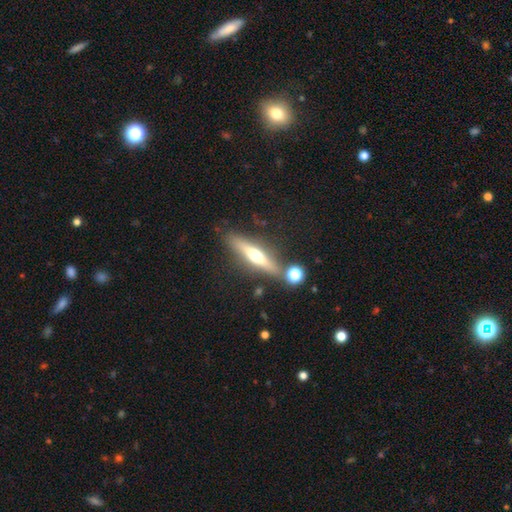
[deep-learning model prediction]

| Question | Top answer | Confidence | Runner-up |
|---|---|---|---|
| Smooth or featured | featured or disk | 57% | smooth (35%) |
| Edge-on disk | yes | 92% | no (8%) |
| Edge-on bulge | rounded | 92% | none (5%) |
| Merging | none | 79% | minor disturbance (11%) |